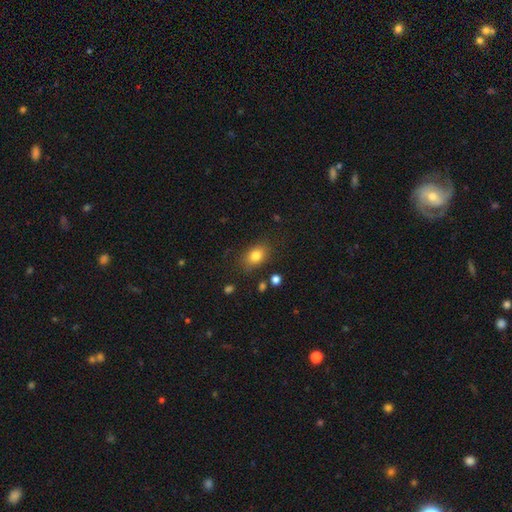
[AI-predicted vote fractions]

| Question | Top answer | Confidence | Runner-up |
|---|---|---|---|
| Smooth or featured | smooth | 81% | star or artifact (10%) |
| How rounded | in between | 76% | round (22%) |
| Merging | none | 80% | minor disturbance (13%) |